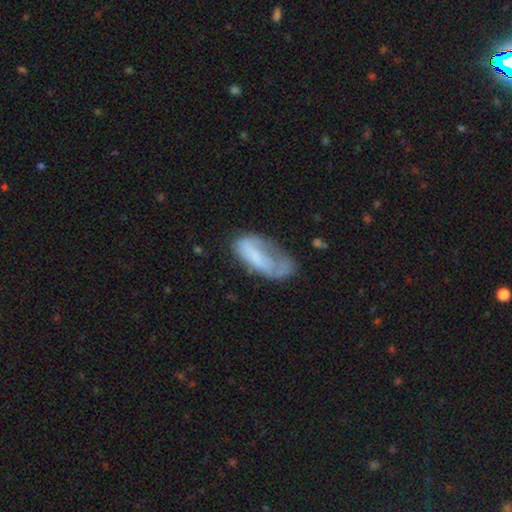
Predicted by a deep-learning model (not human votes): Q: Smooth or featured?
A: smooth (55%); runner-up: featured or disk (37%)
Q: How rounded?
A: in between (85%); runner-up: cigar-shaped (13%)
Q: Merging?
A: none (33%); tied with: major disturbance (33%)